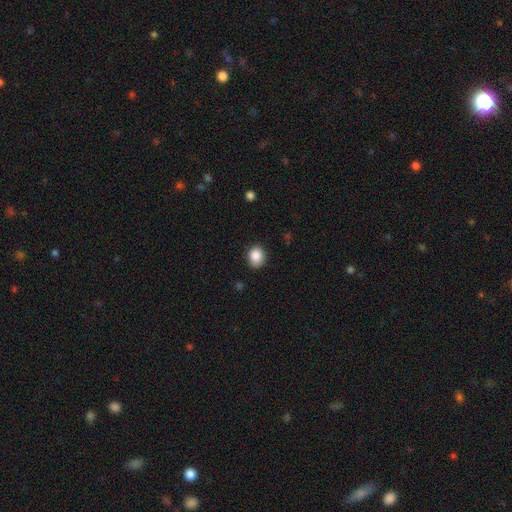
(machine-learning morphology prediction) smooth_or_featured: smooth (p=0.86) [alt: star or artifact p=0.09]
how_rounded: round (p=0.65) [alt: in between p=0.34]
merging: none (p=0.85) [alt: minor disturbance p=0.12]